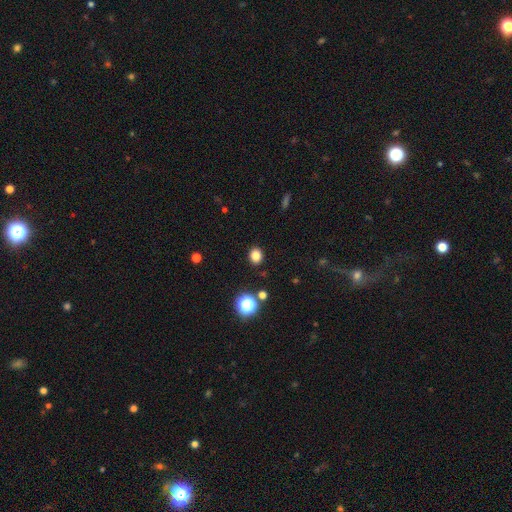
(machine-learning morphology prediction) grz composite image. It shows a smooth galaxy with no disk features (82%) that is round (62%). Merging: none (90%).